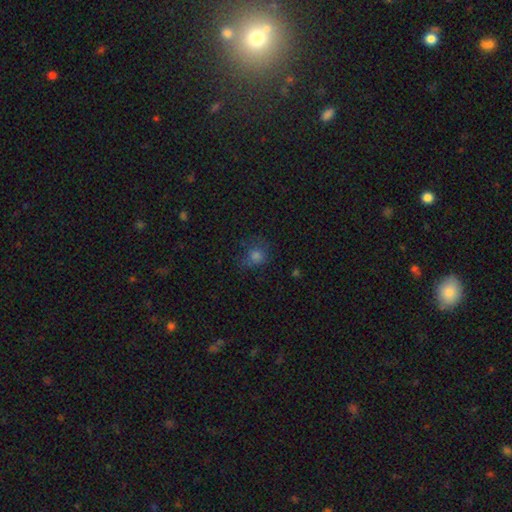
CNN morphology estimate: Q: Smooth or featured?
A: smooth (72%); runner-up: star or artifact (19%)
Q: How rounded?
A: round (76%); runner-up: in between (23%)
Q: Merging?
A: none (63%); runner-up: minor disturbance (23%)